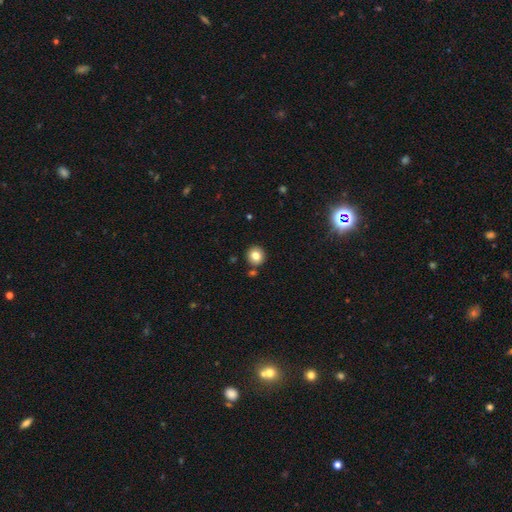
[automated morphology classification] A smooth galaxy with no disk features (82%) that is round (90%).

Vote fractions:
- Smooth or featured? smooth: 82% / star or artifact: 10% / featured or disk: 8%
- How rounded? round: 90% / in between: 9% / cigar-shaped: 1%
- Merging? none: 86% / minor disturbance: 7% / merger: 5% / major disturbance: 2%